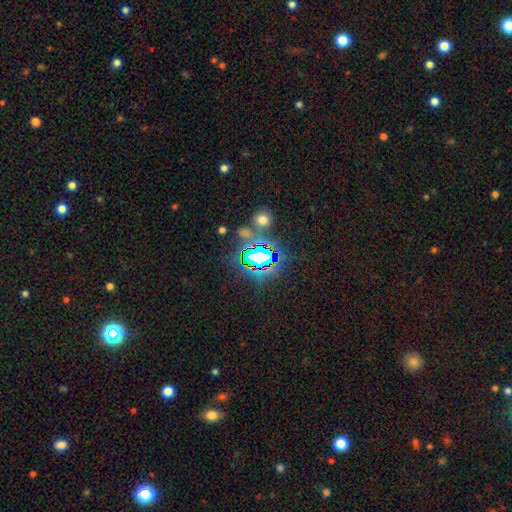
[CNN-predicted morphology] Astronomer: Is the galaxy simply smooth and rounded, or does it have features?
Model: star or artifact — 79%.